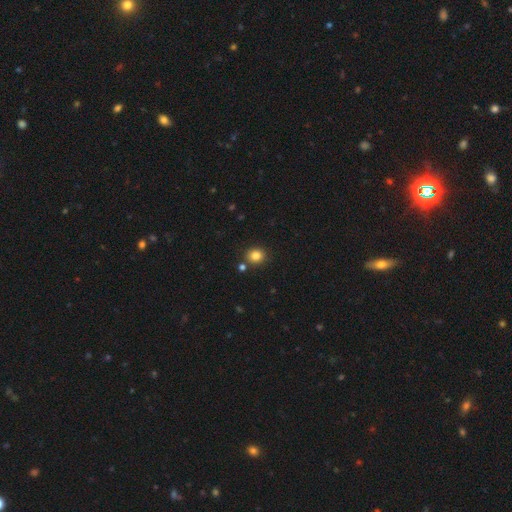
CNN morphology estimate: Smooth or featured: smooth — 83% (star or artifact — 12%)
How rounded: round — 80% (in between — 19%)
Merging: none — 82% (minor disturbance — 8%)